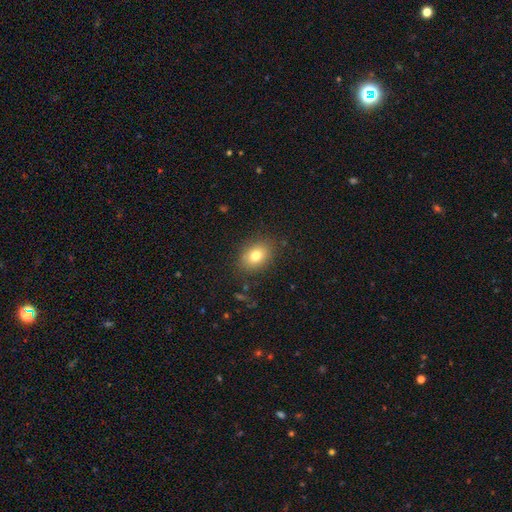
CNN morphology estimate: This appears to be a smooth galaxy with no disk features (79%) that is in between round and cigar-shaped (69%). Merging: none (85%).